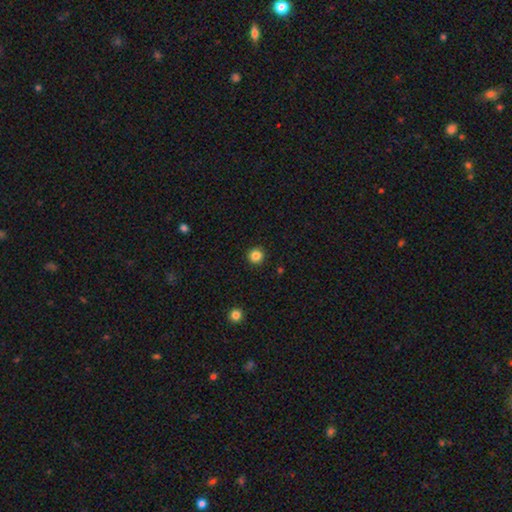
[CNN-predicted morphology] Smooth or featured: smooth — 84% (star or artifact — 12%)
How rounded: round — 95% (in between — 4%)
Merging: none — 93% (minor disturbance — 4%)